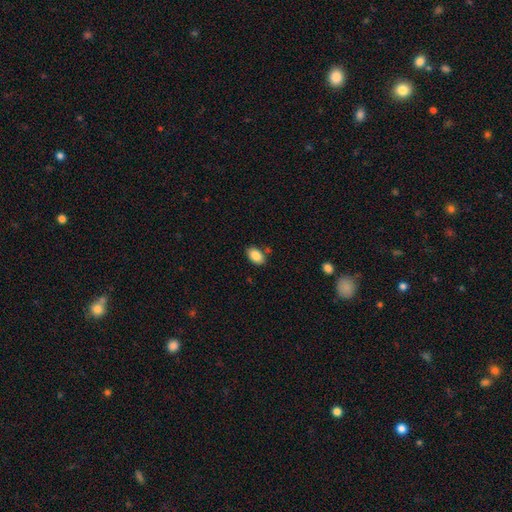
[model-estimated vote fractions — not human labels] Overall: smooth (87%). How rounded: in between (89%). Merging: none (79%).